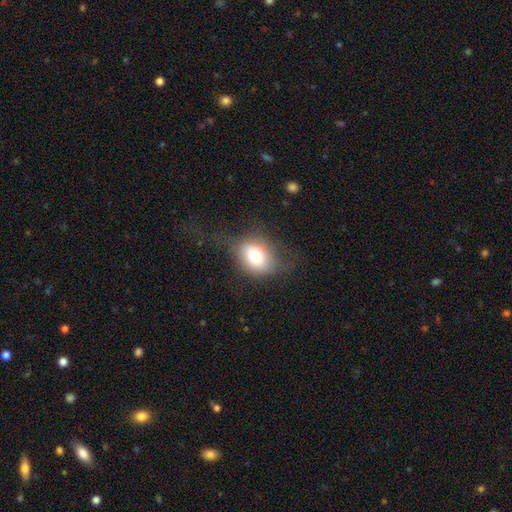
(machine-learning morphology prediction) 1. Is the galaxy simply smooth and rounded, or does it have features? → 72% smooth, 17% featured or disk, 11% star or artifact.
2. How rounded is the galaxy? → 57% in between, 41% round, 1% cigar-shaped.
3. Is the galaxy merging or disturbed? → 62% none, 21% minor disturbance, 16% major disturbance, 1% merger.